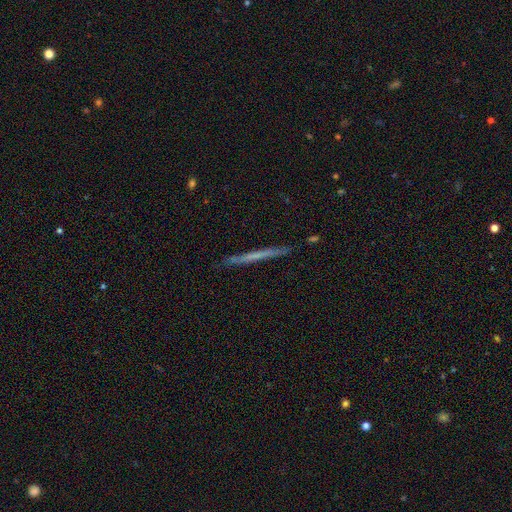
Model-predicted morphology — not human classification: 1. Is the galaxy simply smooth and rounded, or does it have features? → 48% featured or disk, 46% smooth, 6% star or artifact.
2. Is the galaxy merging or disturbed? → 89% none, 8% minor disturbance, 2% major disturbance, 1% merger.